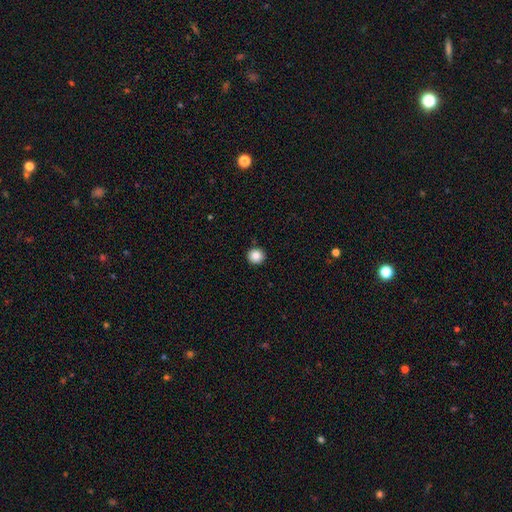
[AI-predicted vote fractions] A smooth galaxy with no disk features (86%) that is round (94%).

Vote fractions:
- Smooth or featured? smooth: 86% / star or artifact: 10% / featured or disk: 4%
- How rounded? round: 94% / in between: 5% / cigar-shaped: 1%
- Merging? none: 92% / minor disturbance: 5% / major disturbance: 2% / merger: 1%